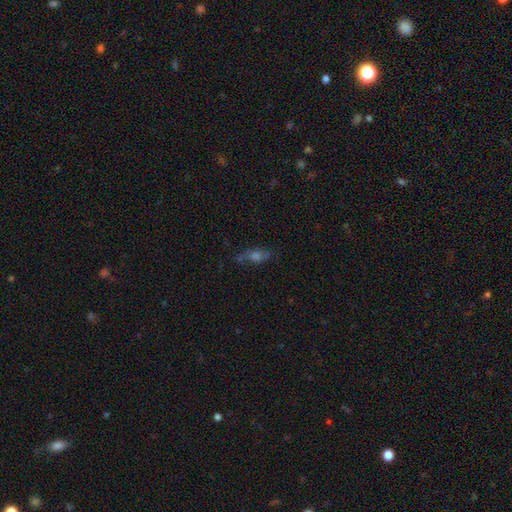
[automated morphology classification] The model was most divided on "smooth or featured": featured or disk: 43%, smooth: 35%, star or artifact: 22%. More confident: merging — none (69%).